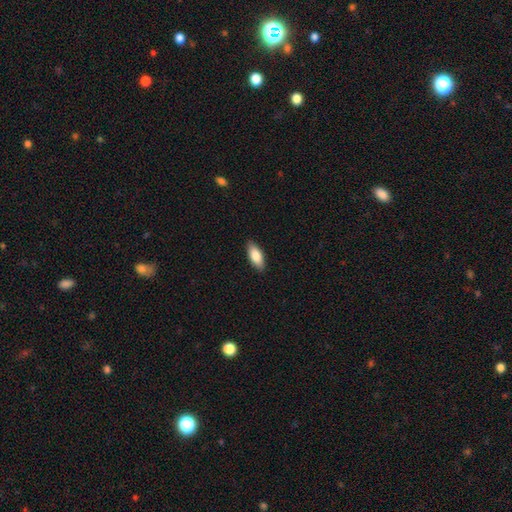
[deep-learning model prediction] Smooth or featured? Predicted: smooth (p=0.83). How rounded? Predicted: in between (p=0.80). Merging? Predicted: none (p=0.89).